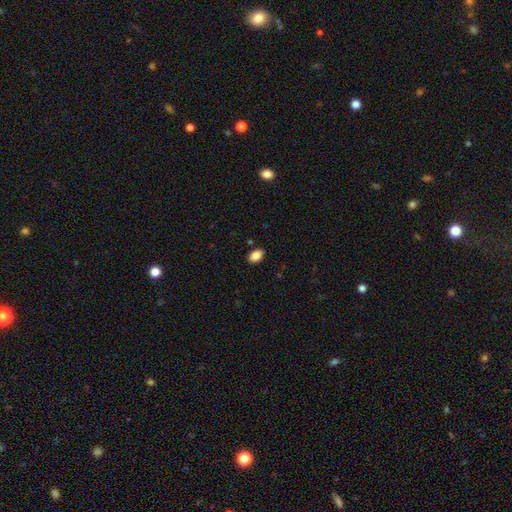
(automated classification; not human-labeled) This appears to be a smooth galaxy with no disk features (87%) that is in between round and cigar-shaped (89%). Merging: none (88%).